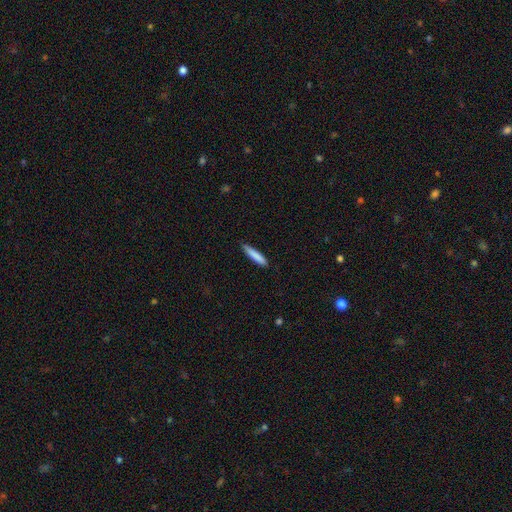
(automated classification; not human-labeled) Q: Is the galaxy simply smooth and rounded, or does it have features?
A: smooth — 83%.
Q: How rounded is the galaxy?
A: cigar-shaped — 89%.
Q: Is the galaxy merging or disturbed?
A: none — 83%.